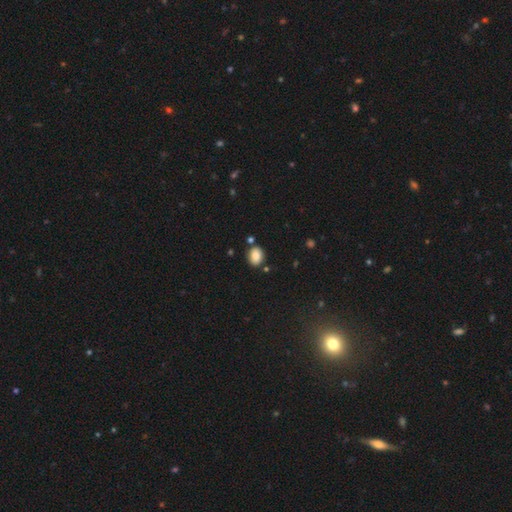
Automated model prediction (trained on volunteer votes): smooth-or-featured: smooth: 85% | star or artifact: 9% | featured or disk: 7%
  how-rounded: in between: 57% | round: 42% | cigar-shaped: 1%
  merging: none: 81% | minor disturbance: 10% | merger: 6% | major disturbance: 2%